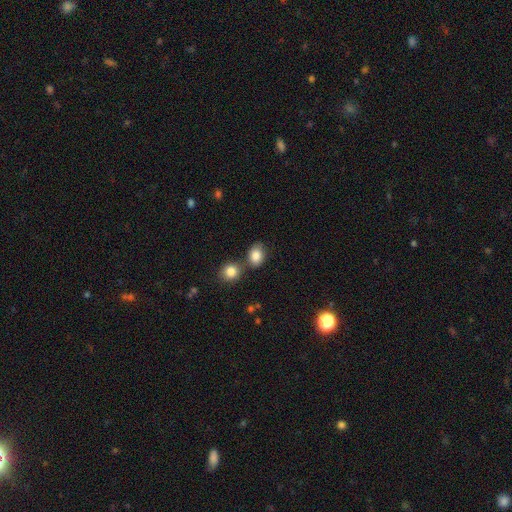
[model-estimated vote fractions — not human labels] smooth-or-featured: smooth: 84% | star or artifact: 9% | featured or disk: 7%
  how-rounded: in between: 59% | round: 40% | cigar-shaped: 1%
  merging: none: 57% | merger: 25% | minor disturbance: 14% | major disturbance: 4%